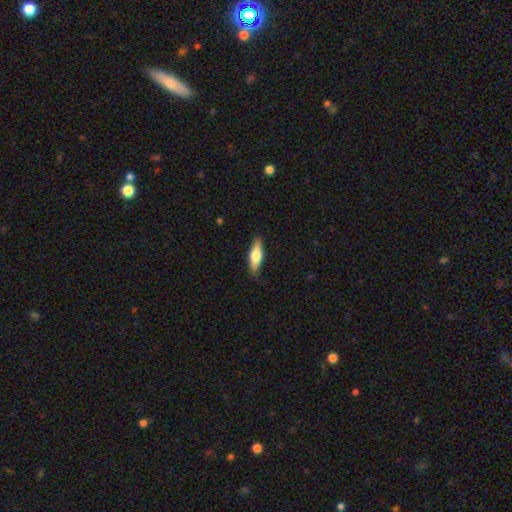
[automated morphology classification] This appears to be a smooth galaxy with no disk features (64%) that is in between round and cigar-shaped (52%). Merging: none (86%).